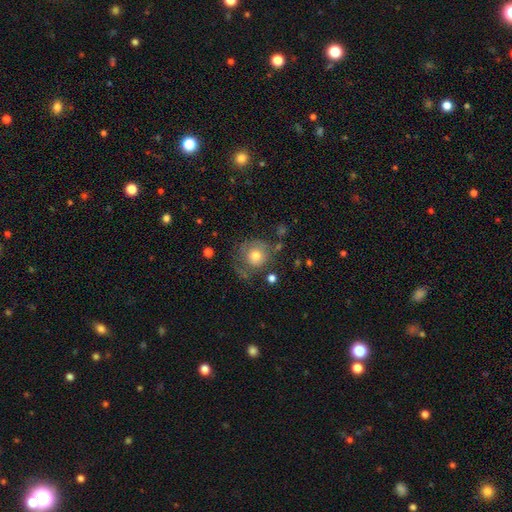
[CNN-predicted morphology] Smooth or featured: smooth — 66% (featured or disk — 25%)
How rounded: round — 89% (in between — 10%)
Merging: none — 53% (minor disturbance — 23%)